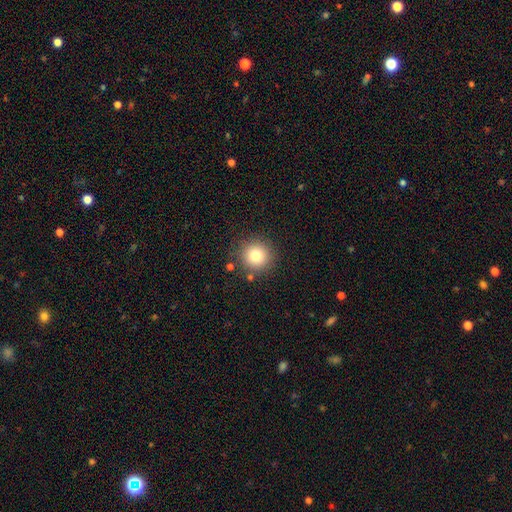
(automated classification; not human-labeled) Smooth or featured: smooth — 80% (star or artifact — 12%)
How rounded: round — 93% (in between — 6%)
Merging: none — 86% (minor disturbance — 8%)